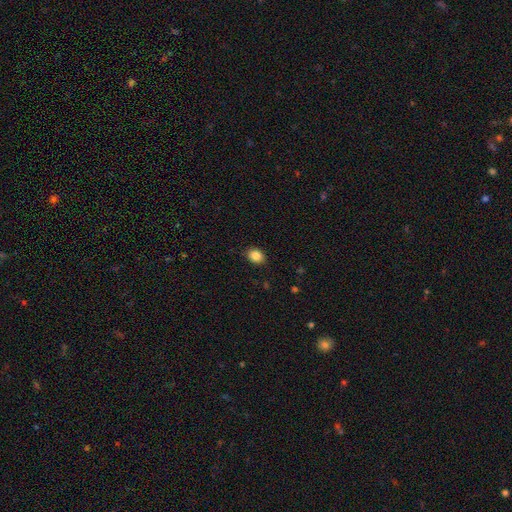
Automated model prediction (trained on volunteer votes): A smooth galaxy with no disk features (86%) that is in between round and cigar-shaped (55%).

Vote fractions:
- Smooth or featured? smooth: 86% / star or artifact: 9% / featured or disk: 5%
- How rounded? in between: 55% / round: 44% / cigar-shaped: 1%
- Merging? none: 87% / minor disturbance: 10% / major disturbance: 2% / merger: 1%